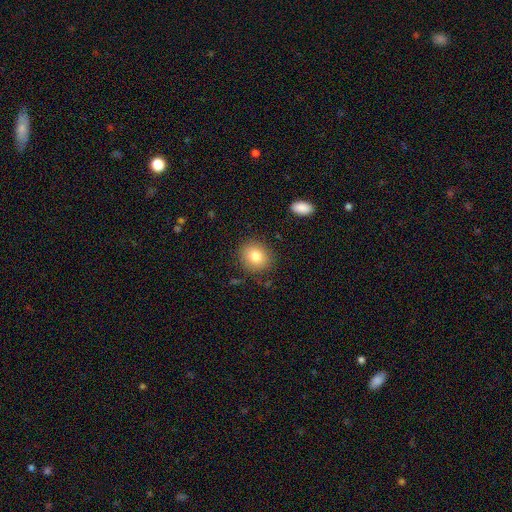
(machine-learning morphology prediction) smooth 81%, star or artifact 10%, featured or disk 9%. Down the decision tree: how rounded — round (80%); merging — none (86%).